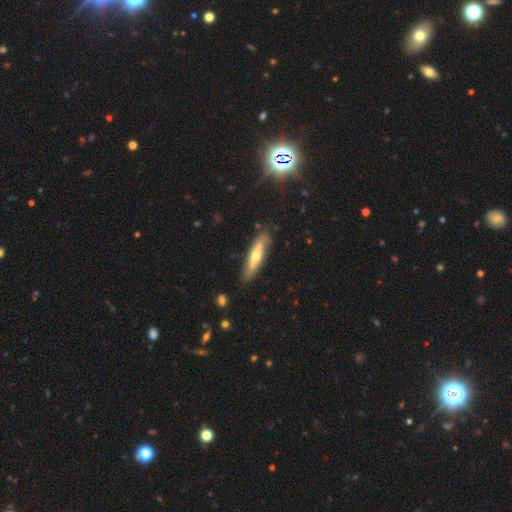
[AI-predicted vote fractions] Smooth or featured? Predicted: featured or disk (p=0.48). Merging? Predicted: none (p=0.82).